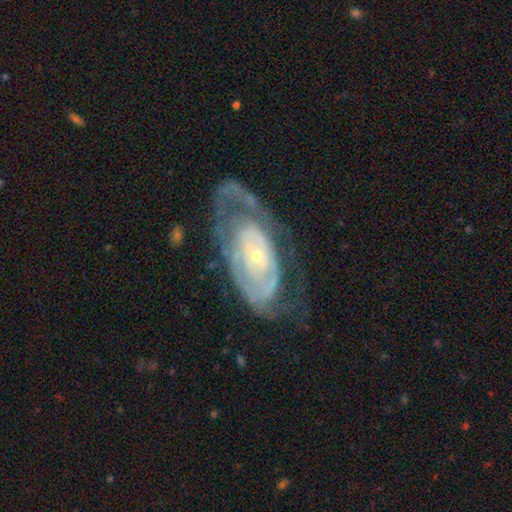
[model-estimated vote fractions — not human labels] Morphology: type=featured or disk (80%); edge-on=no (93%); bar=no (80%); spiral arms=yes (71%); winding=tight (67%); arm count=can't tell (50%); bulge=small (77%); merging=none (48%).